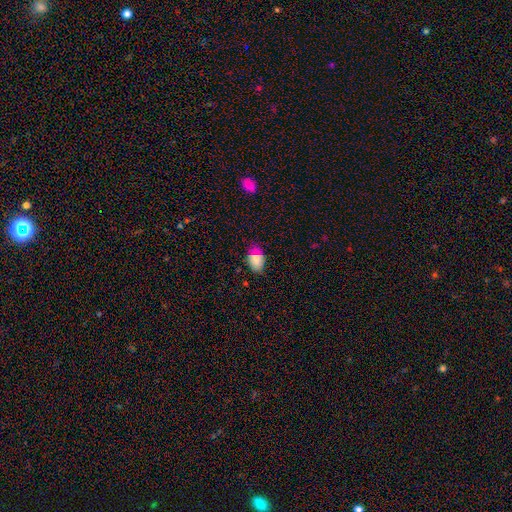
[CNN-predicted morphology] This appears to be a smooth galaxy with no disk features (81%) that is in between round and cigar-shaped (89%). Merging: none (77%).